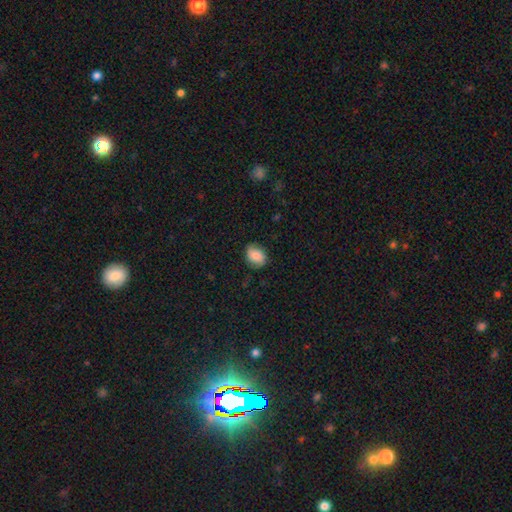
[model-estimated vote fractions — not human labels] Smooth or featured: smooth — 75% (featured or disk — 17%)
How rounded: in between — 61% (round — 38%)
Merging: none — 75% (minor disturbance — 19%)